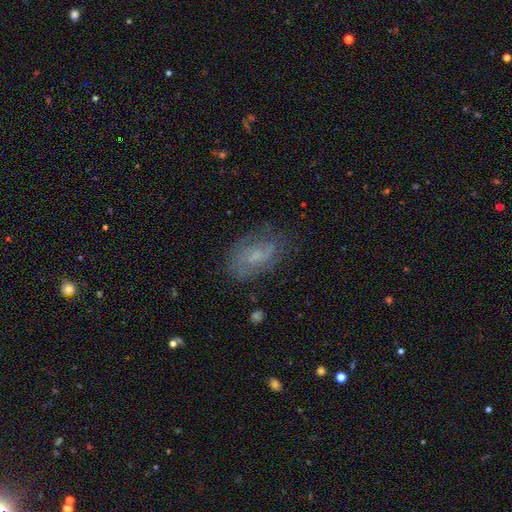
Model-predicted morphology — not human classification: smooth 45%, featured or disk 43%, star or artifact 11%. Down the decision tree: merging — none (64%).